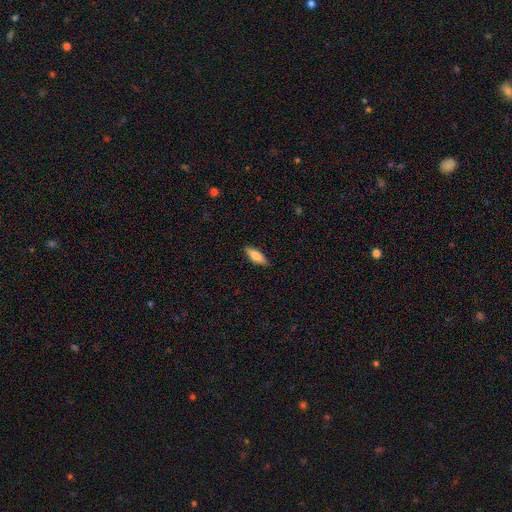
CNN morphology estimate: type=smooth (75%); roundness=in between (56%); merging=none (87%).